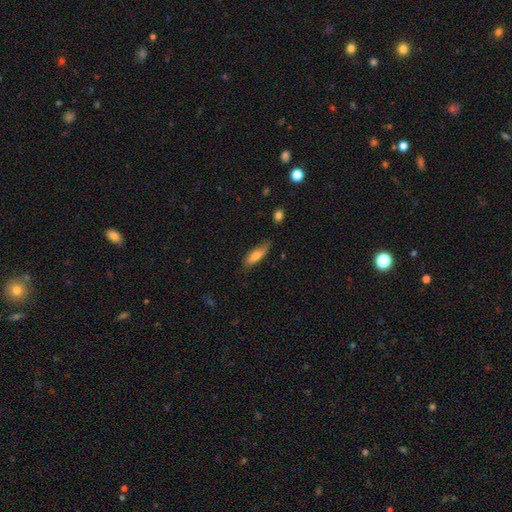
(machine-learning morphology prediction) This appears to be a smooth galaxy with no disk features (78%) that is in between round and cigar-shaped (50%). Merging: none (72%).